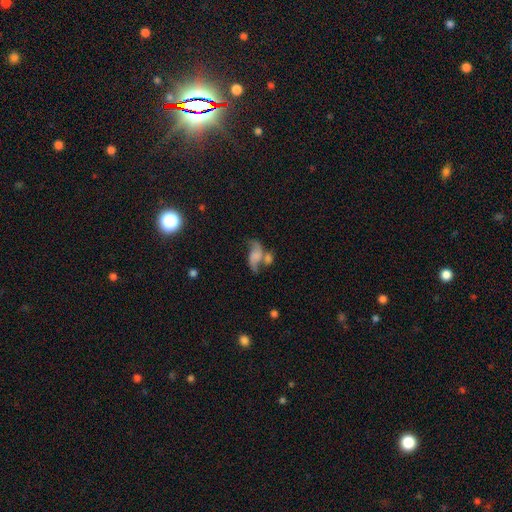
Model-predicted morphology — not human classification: type=featured or disk (58%); edge-on=no (95%); bar=no (70%); spiral arms=yes (82%); bulge=none (53%); merging=merger (39%).